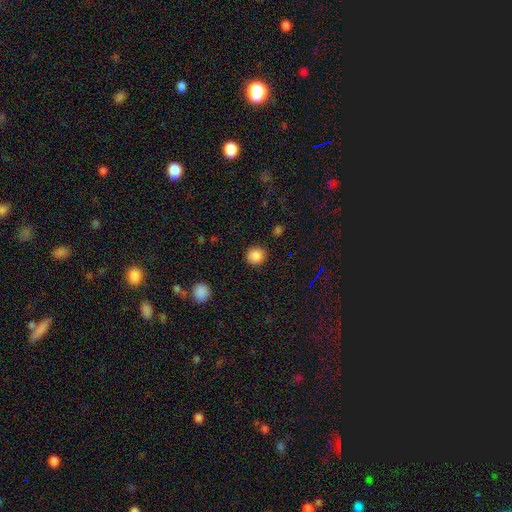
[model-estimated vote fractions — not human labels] This appears to be a smooth galaxy with no disk features (87%) that is round (90%). Merging: none (90%).